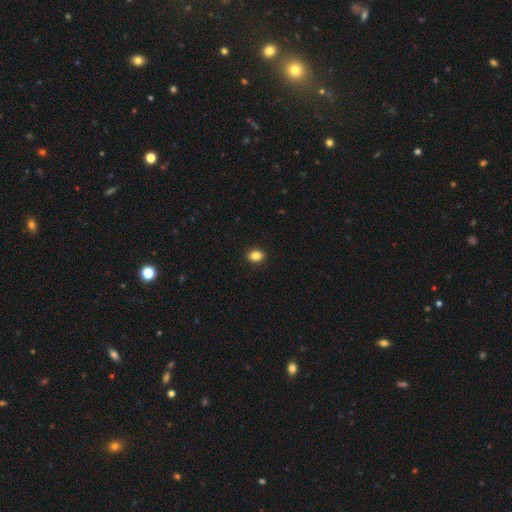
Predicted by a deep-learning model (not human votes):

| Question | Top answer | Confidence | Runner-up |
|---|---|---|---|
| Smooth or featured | smooth | 86% | star or artifact (9%) |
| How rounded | in between | 60% | round (39%) |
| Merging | none | 91% | minor disturbance (6%) |